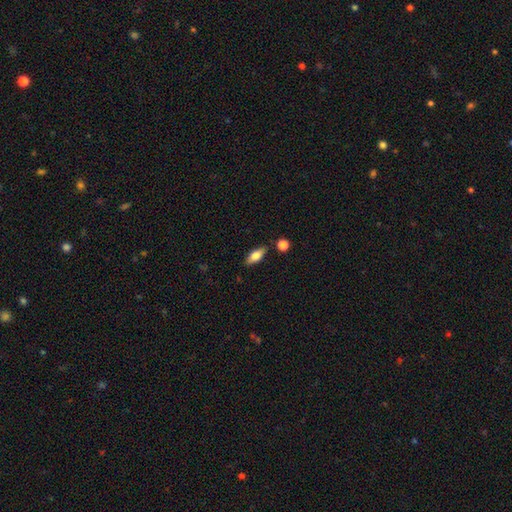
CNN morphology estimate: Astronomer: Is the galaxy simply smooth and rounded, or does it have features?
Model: smooth — 68%.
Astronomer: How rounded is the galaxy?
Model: in between — 74%.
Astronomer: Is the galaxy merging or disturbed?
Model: none — 81%.